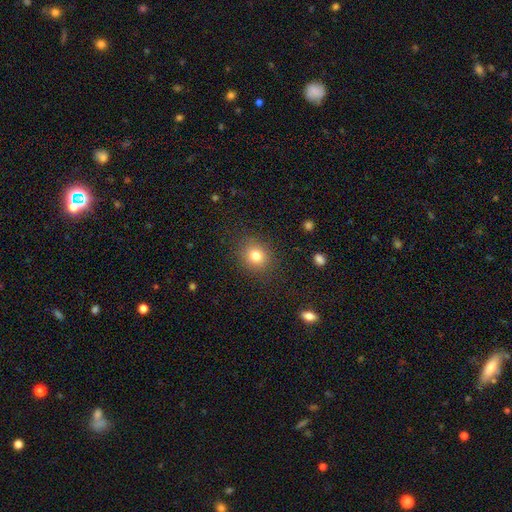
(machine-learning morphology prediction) Smooth or featured?
  - smooth: 80% *
  - star or artifact: 13%
  - featured or disk: 7%
How rounded?
  - round: 83% *
  - in between: 16%
  - cigar-shaped: 1%
Merging?
  - none: 88% *
  - minor disturbance: 8%
  - major disturbance: 3%
  - merger: 1%